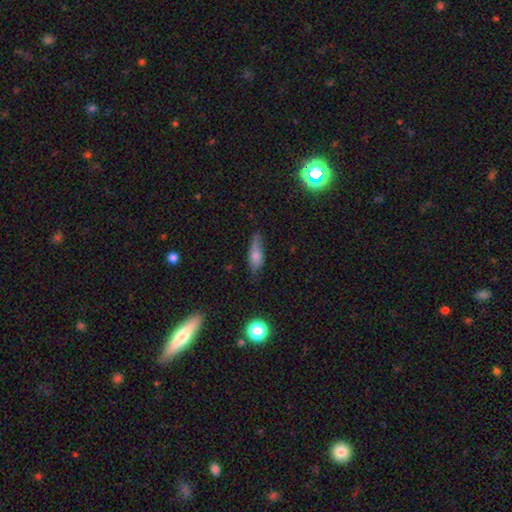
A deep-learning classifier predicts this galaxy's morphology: This appears to be a smooth galaxy with no disk features (69%) that is in between round and cigar-shaped (59%). Merging: none (66%).